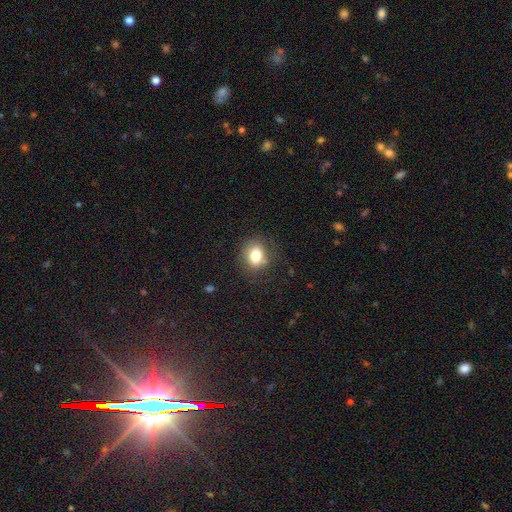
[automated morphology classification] smooth-or-featured: smooth: 79% | star or artifact: 11% | featured or disk: 10%
  how-rounded: in between: 54% | round: 44% | cigar-shaped: 1%
  merging: none: 78% | minor disturbance: 15% | major disturbance: 5% | merger: 3%